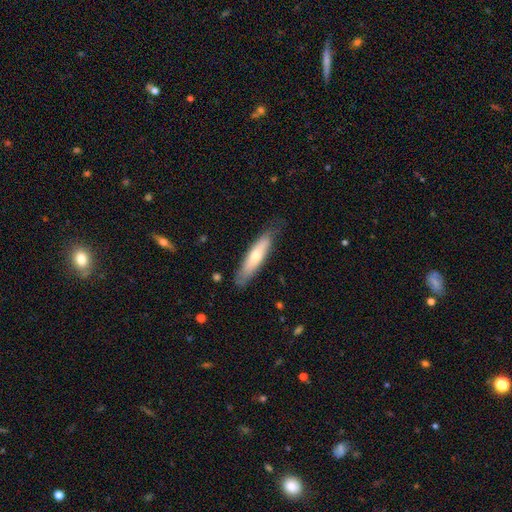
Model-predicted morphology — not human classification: Smooth or featured? smooth (61%)
How rounded? cigar-shaped (73%)
Merging? none (76%)